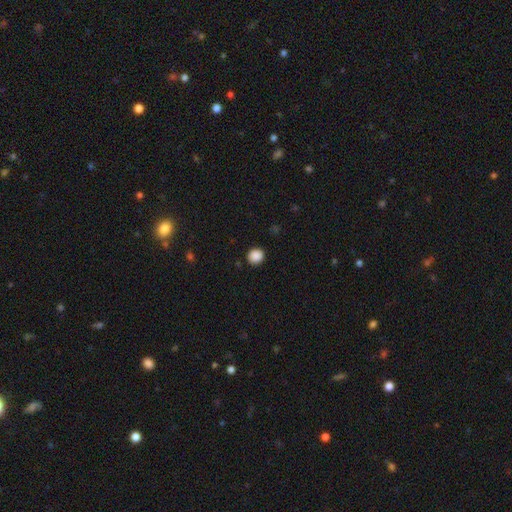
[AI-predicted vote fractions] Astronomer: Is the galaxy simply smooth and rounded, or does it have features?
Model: smooth — 88%.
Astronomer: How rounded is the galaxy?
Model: round — 86%.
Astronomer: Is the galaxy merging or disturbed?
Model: none — 90%.